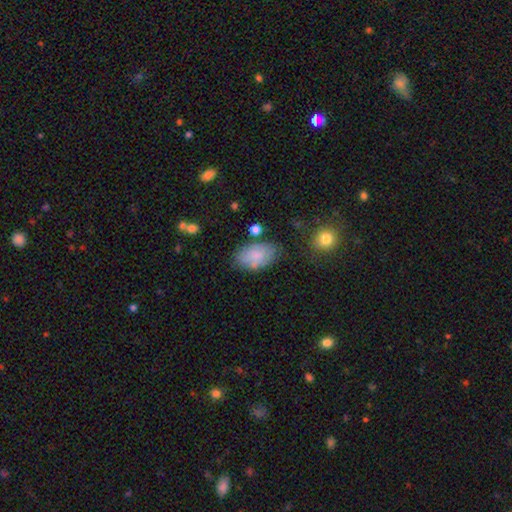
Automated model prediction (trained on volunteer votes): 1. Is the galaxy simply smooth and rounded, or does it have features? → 79% smooth, 14% featured or disk, 7% star or artifact.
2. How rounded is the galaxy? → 92% in between, 6% round, 1% cigar-shaped.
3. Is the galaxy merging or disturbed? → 69% none, 20% minor disturbance, 6% major disturbance, 6% merger.